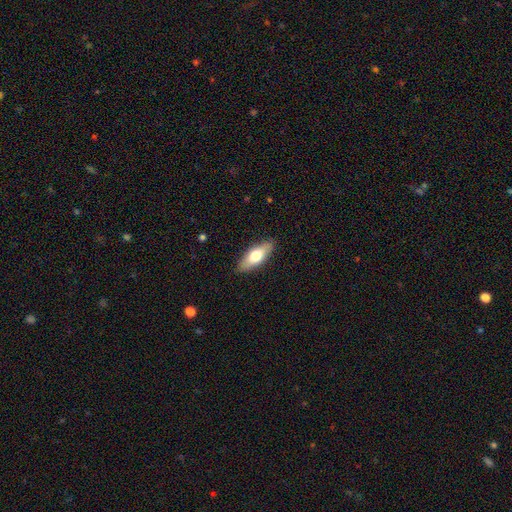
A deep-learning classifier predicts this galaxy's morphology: A smooth galaxy with no disk features (66%) that is in between round and cigar-shaped (70%). Merging: none (88%).